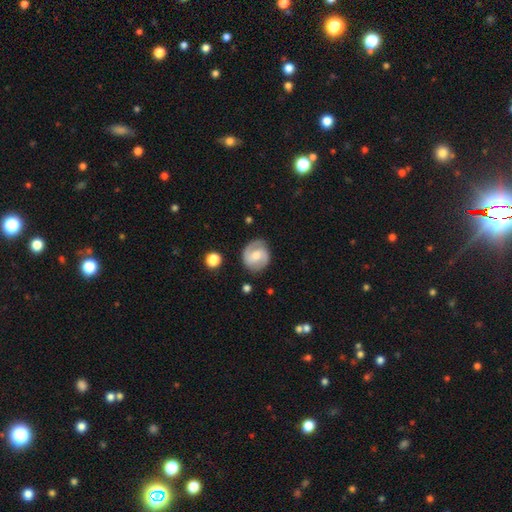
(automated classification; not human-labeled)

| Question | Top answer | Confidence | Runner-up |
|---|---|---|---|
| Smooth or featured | featured or disk | 72% | smooth (22%) |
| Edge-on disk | no | 98% | yes (2%) |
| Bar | weak | 49% | no (35%) |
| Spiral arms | yes | 92% | no (8%) |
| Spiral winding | medium | 47% | tight (36%) |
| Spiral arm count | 2 | 86% | can't tell (7%) |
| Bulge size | moderate | 54% | small (35%) |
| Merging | none | 80% | minor disturbance (14%) |